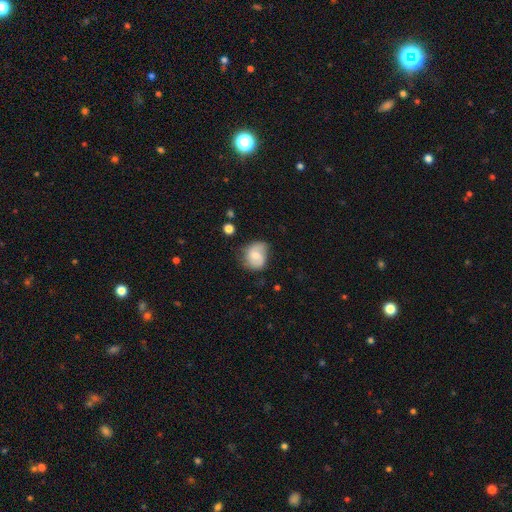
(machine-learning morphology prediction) smooth 54%, featured or disk 38%, star or artifact 8%. Down the decision tree: how rounded — round (61%); merging — none (55%).